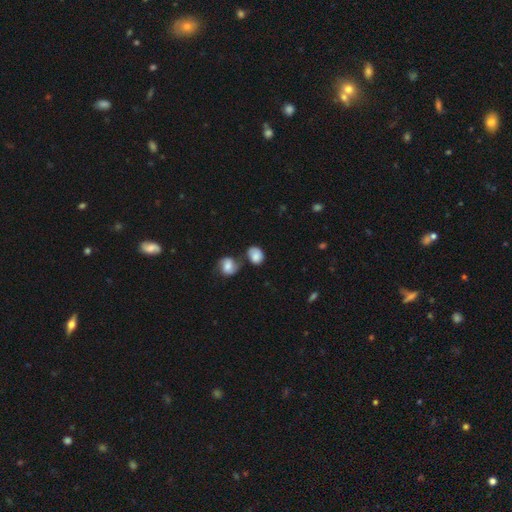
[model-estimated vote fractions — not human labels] The model was most divided on "how rounded": in between: 50%, round: 49%, cigar-shaped: 1%. Remaining: smooth or featured — smooth (79%); merging — none (47%).